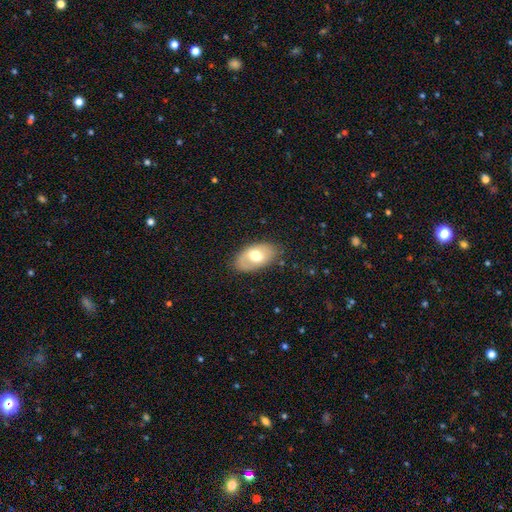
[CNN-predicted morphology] The model was most divided on "smooth or featured": smooth: 61%, featured or disk: 33%, star or artifact: 6%. More confident: how rounded — in between (92%); merging — none (79%).